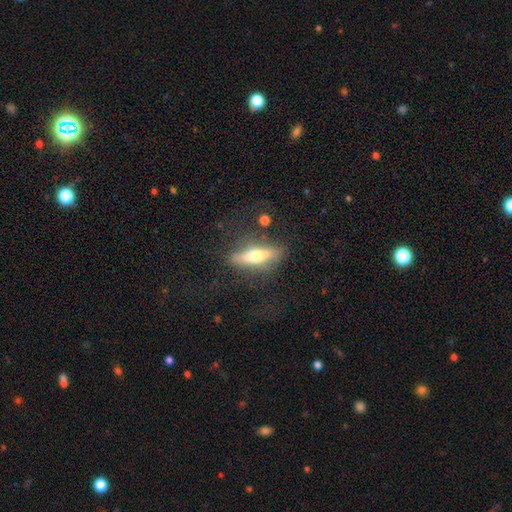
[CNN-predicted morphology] smooth-or-featured: smooth: 48% | featured or disk: 46% | star or artifact: 7%
  merging: none: 76% | minor disturbance: 14% | major disturbance: 7% | merger: 2%